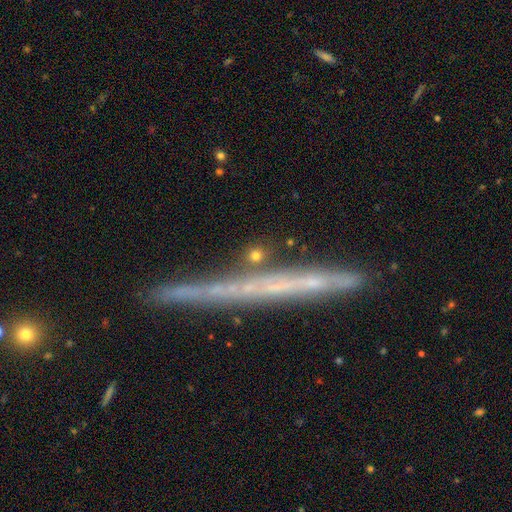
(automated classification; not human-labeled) smooth-or-featured: smooth: 67% | star or artifact: 19% | featured or disk: 13%
  how-rounded: round: 77% | cigar-shaped: 12% | in between: 11%
  merging: none: 82% | minor disturbance: 8% | merger: 6% | major disturbance: 4%